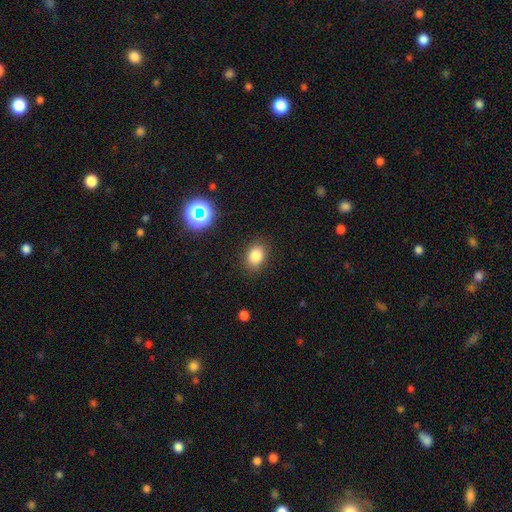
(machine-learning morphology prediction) smooth_or_featured: smooth (p=0.82) [alt: star or artifact p=0.12]
how_rounded: in between (p=0.67) [alt: round p=0.32]
merging: none (p=0.85) [alt: minor disturbance p=0.10]